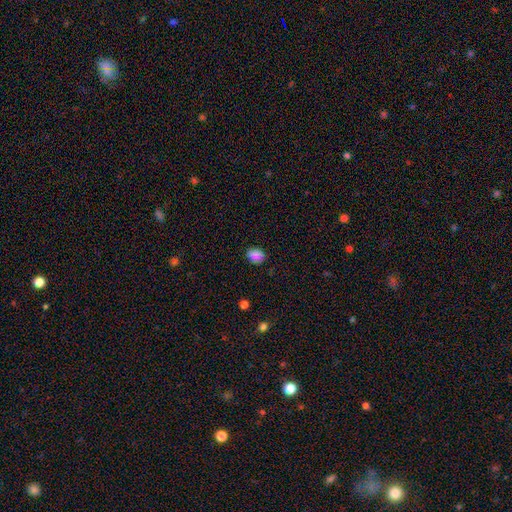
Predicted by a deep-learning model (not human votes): smooth_or_featured: smooth (p=0.87) [alt: star or artifact p=0.10]
how_rounded: in between (p=0.53) [alt: round p=0.47]
merging: none (p=0.82) [alt: minor disturbance p=0.14]